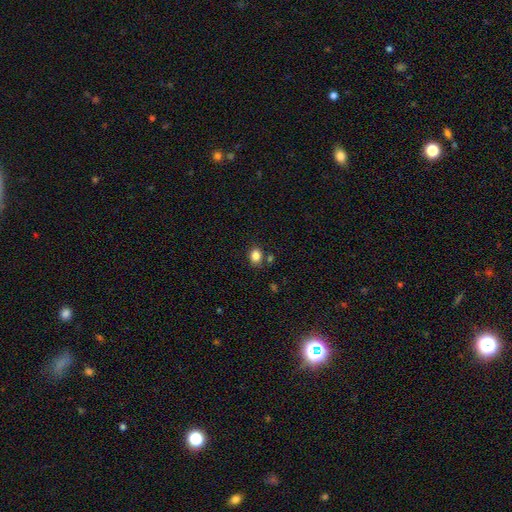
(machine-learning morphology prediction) A smooth galaxy with no disk features (84%) that is in between round and cigar-shaped (51%). Merging: none (78%).